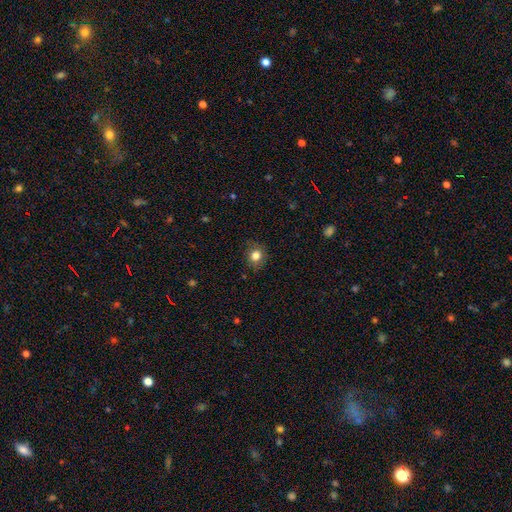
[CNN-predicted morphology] smooth_or_featured: smooth (p=0.81) [alt: star or artifact p=0.11]
how_rounded: round (p=0.77) [alt: in between p=0.23]
merging: none (p=0.82) [alt: minor disturbance p=0.13]